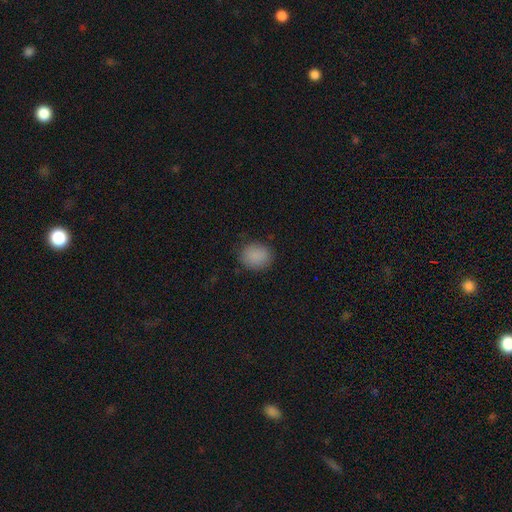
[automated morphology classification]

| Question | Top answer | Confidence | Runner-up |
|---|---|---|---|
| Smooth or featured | smooth | 87% | star or artifact (10%) |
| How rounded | round | 69% | in between (30%) |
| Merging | none | 84% | minor disturbance (12%) |